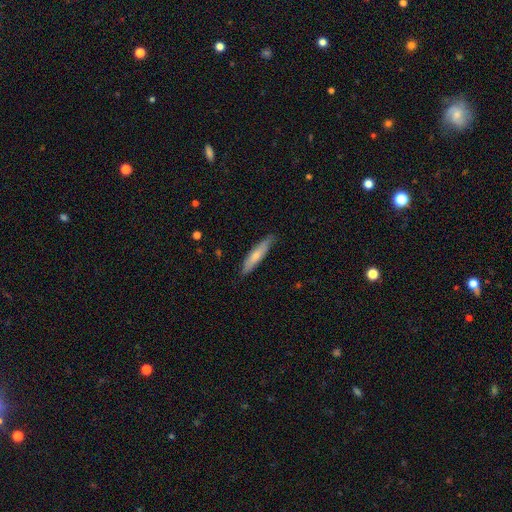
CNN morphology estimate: Smooth or featured: smooth — 64% (featured or disk — 30%)
How rounded: cigar-shaped — 84% (in between — 14%)
Merging: none — 86% (minor disturbance — 11%)